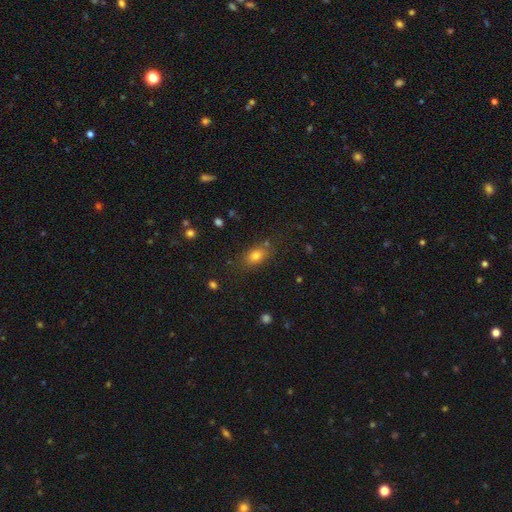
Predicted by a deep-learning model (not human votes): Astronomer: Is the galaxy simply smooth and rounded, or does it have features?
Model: smooth — 78%.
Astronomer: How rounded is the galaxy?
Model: in between — 79%.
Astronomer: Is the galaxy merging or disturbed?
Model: none — 76%.